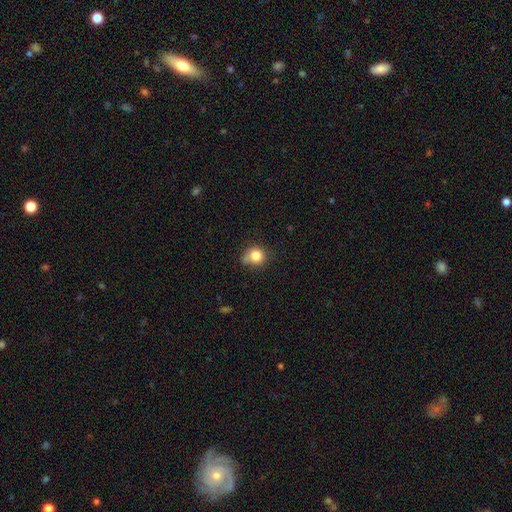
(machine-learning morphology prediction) Smooth or featured?
  - smooth: 81% *
  - star or artifact: 11%
  - featured or disk: 8%
How rounded?
  - round: 79% *
  - in between: 20%
  - cigar-shaped: 1%
Merging?
  - none: 57% *
  - minor disturbance: 29%
  - major disturbance: 8%
  - merger: 6%